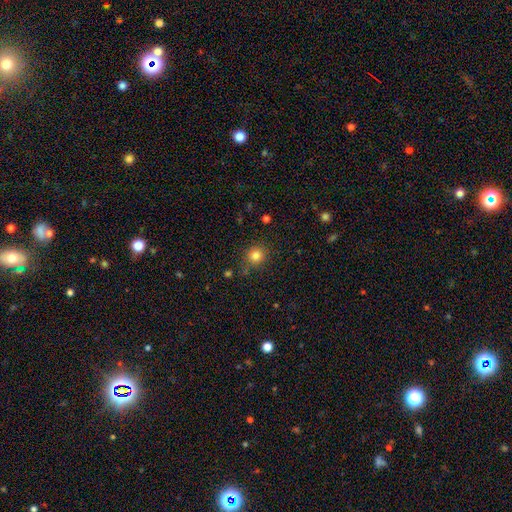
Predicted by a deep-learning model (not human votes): The model was most divided on "smooth or featured": smooth: 82%, star or artifact: 12%, featured or disk: 5%. More confident: how rounded — round (88%); merging — none (82%).